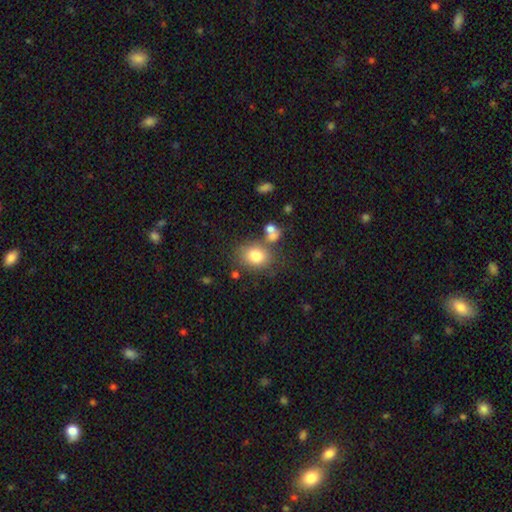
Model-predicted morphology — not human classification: This appears to be a smooth galaxy with no disk features (79%) that is round (53%). Merging: none (67%).